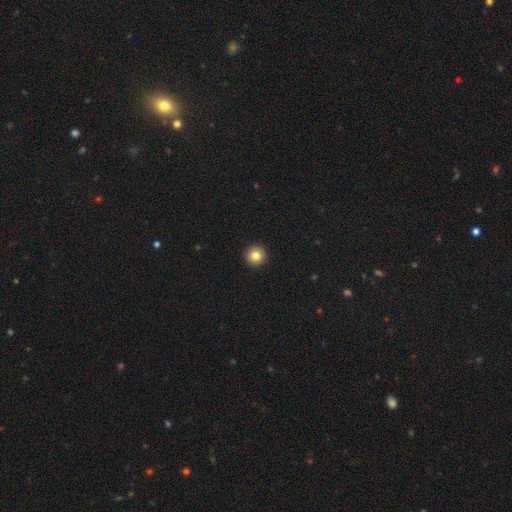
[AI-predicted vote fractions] Smooth or featured: smooth — 82% (star or artifact — 10%)
How rounded: round — 96% (in between — 3%)
Merging: none — 94% (minor disturbance — 4%)